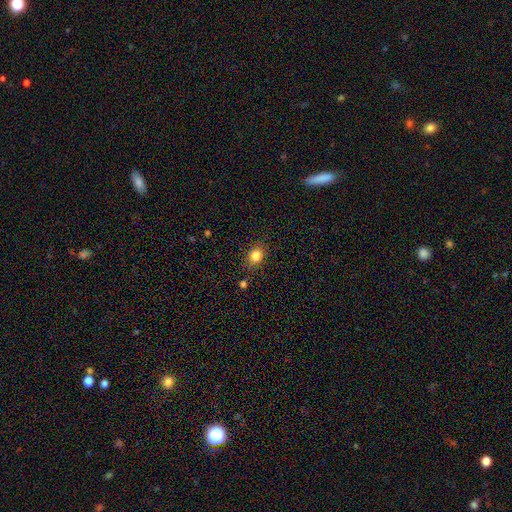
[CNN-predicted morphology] A smooth galaxy with no disk features (82%) that is round (54%).

Vote fractions:
- Smooth or featured? smooth: 82% / star or artifact: 12% / featured or disk: 6%
- How rounded? round: 54% / in between: 45% / cigar-shaped: 1%
- Merging? none: 81% / minor disturbance: 13% / major disturbance: 4% / merger: 3%